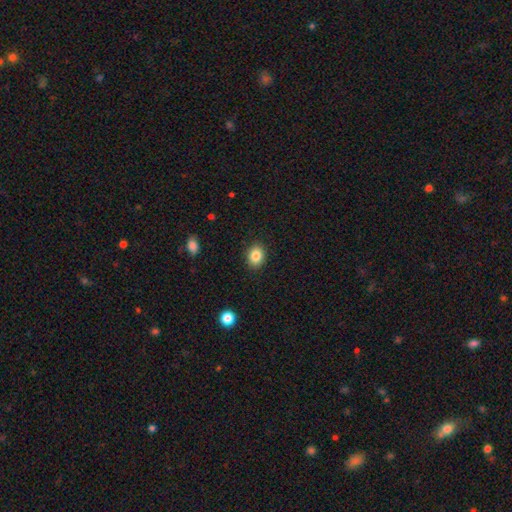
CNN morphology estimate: The model was most divided on "how rounded": in between: 60%, round: 39%, cigar-shaped: 1%. More confident: merging — none (89%); smooth or featured — smooth (85%).